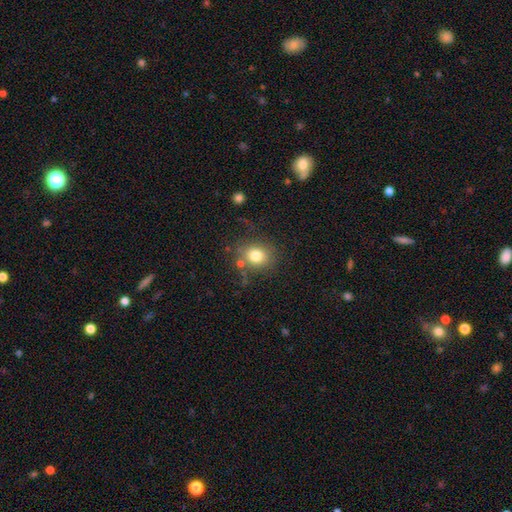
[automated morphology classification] Overall: smooth (79%). How rounded: round (67%; in between 32%). Merging: none (75%).